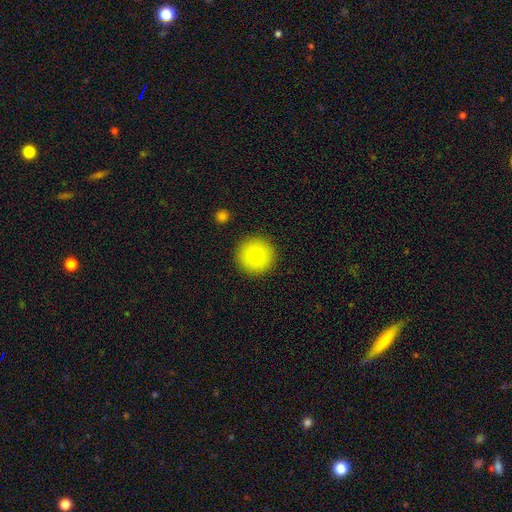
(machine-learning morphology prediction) This appears to be a smooth galaxy with no disk features (82%) that is round (96%). Merging: none (91%).